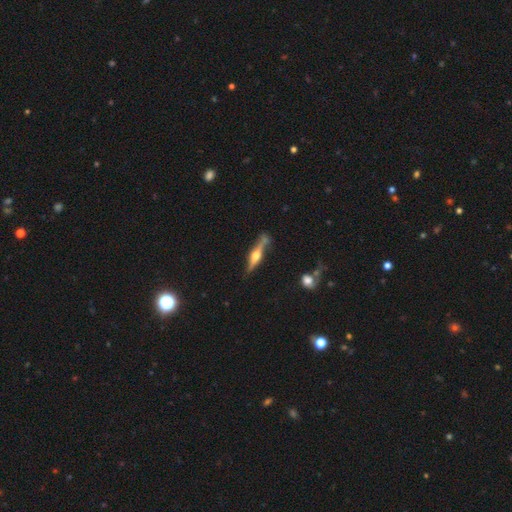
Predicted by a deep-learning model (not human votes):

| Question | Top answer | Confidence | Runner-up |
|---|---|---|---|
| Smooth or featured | featured or disk | 73% | smooth (22%) |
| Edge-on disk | yes | 96% | no (4%) |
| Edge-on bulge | rounded | 93% | boxy (5%) |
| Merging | none | 71% | minor disturbance (17%) |